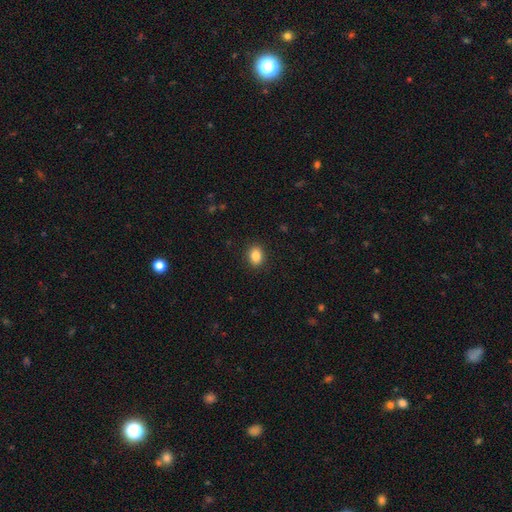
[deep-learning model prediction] smooth 86%, star or artifact 9%, featured or disk 5%. Down the decision tree: how rounded — in between (61%); merging — none (90%).